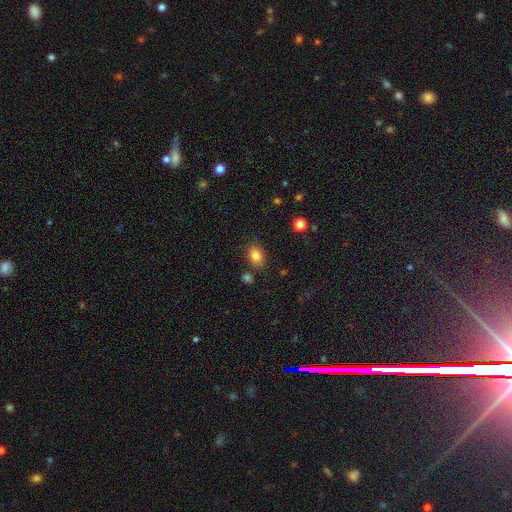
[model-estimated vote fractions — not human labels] Smooth or featured: smooth — 82% (star or artifact — 10%)
How rounded: in between — 73% (round — 26%)
Merging: none — 79% (minor disturbance — 12%)